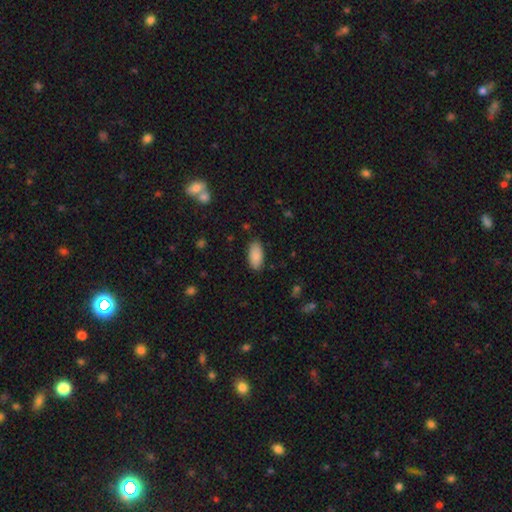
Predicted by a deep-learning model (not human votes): The model was most divided on "merging": none: 86%, minor disturbance: 10%, major disturbance: 2%, merger: 1%. More confident: how rounded — in between (93%); smooth or featured — smooth (88%).